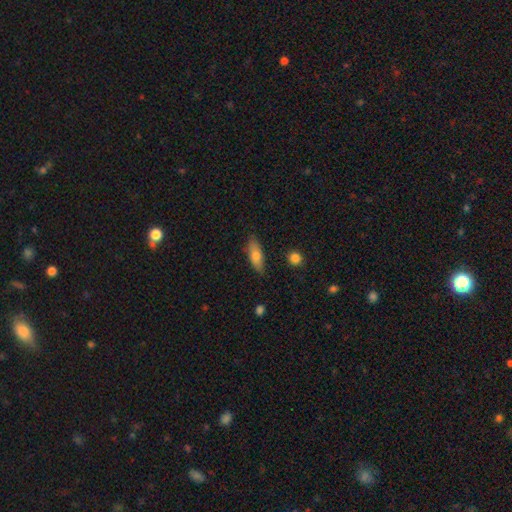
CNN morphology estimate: The model was most divided on "how rounded": in between: 66%, cigar-shaped: 31%, round: 3%. More confident: merging — none (82%); smooth or featured — smooth (74%).